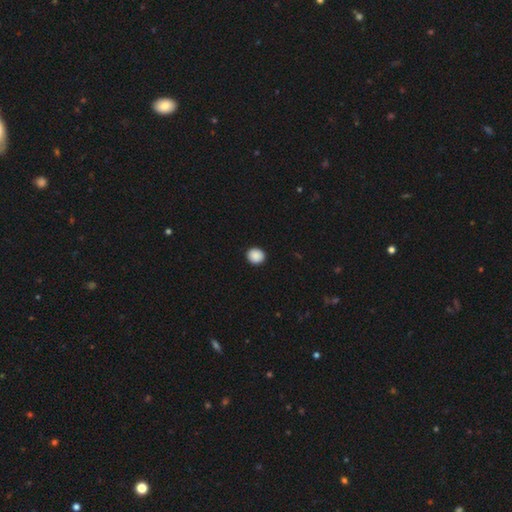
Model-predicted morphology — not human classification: This is clearly a smooth galaxy (89%). How rounded: clearly round (82%). Merging: clearly none (92%).